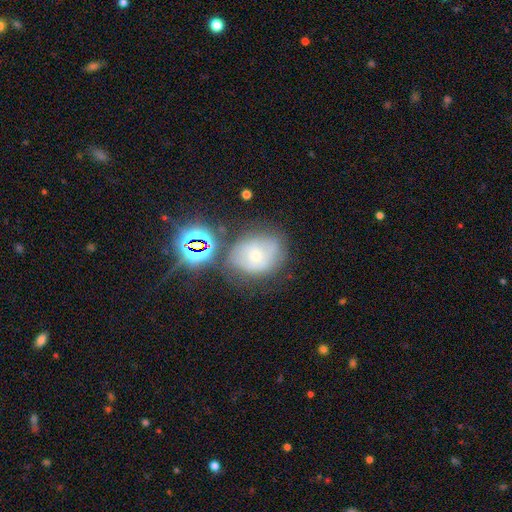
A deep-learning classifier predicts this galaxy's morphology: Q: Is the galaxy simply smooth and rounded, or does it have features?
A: smooth — 44%.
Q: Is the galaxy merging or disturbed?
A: none — 56%.